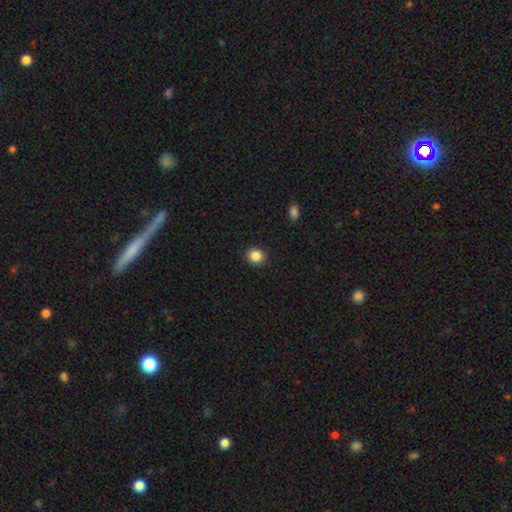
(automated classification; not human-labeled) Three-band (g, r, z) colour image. It shows a smooth galaxy with no disk features (86%) that is round (79%). Merging: none (91%).